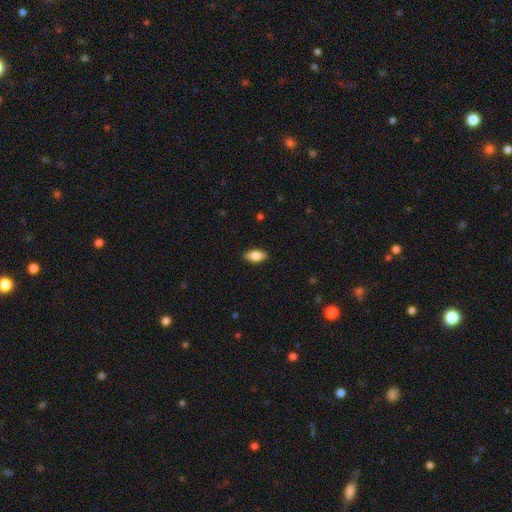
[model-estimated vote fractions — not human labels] Smooth or featured?
  - smooth: 78% *
  - featured or disk: 16%
  - star or artifact: 7%
How rounded?
  - in between: 86% *
  - cigar-shaped: 11%
  - round: 3%
Merging?
  - none: 88% *
  - minor disturbance: 9%
  - major disturbance: 2%
  - merger: 1%